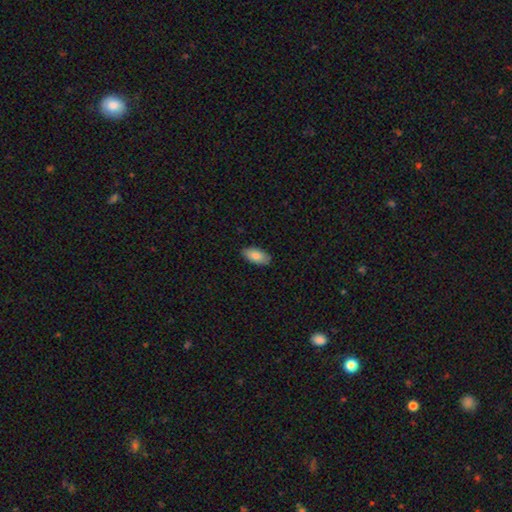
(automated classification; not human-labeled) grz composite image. It shows a smooth galaxy with no disk features (84%) that is in between round and cigar-shaped (92%). Merging: none (88%).